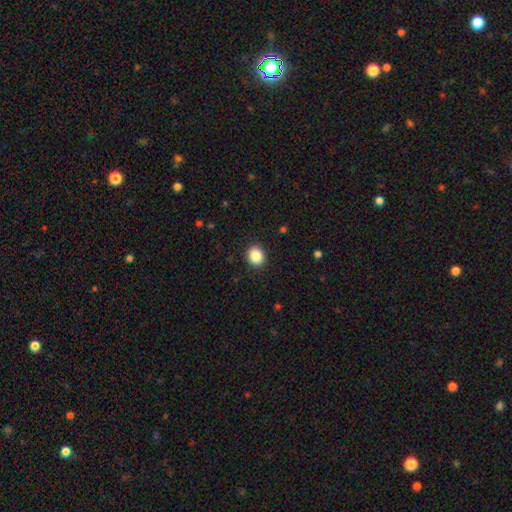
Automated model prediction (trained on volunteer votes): Overall: smooth (87%). How rounded: round (64%; in between 35%). Merging: none (91%).